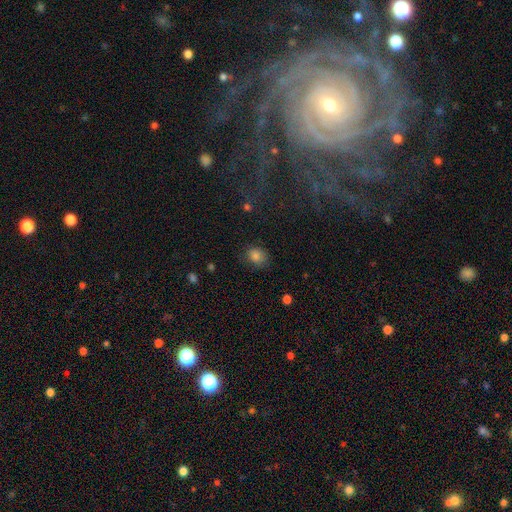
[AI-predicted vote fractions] Q: Smooth or featured?
A: smooth (83%); runner-up: star or artifact (12%)
Q: How rounded?
A: round (54%); runner-up: in between (45%)
Q: Merging?
A: none (77%); runner-up: minor disturbance (17%)